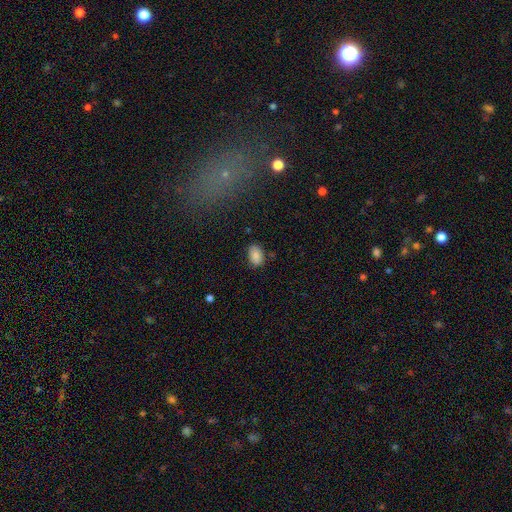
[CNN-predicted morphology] Smooth or featured? smooth (84%)
How rounded? in between (87%)
Merging? none (79%)